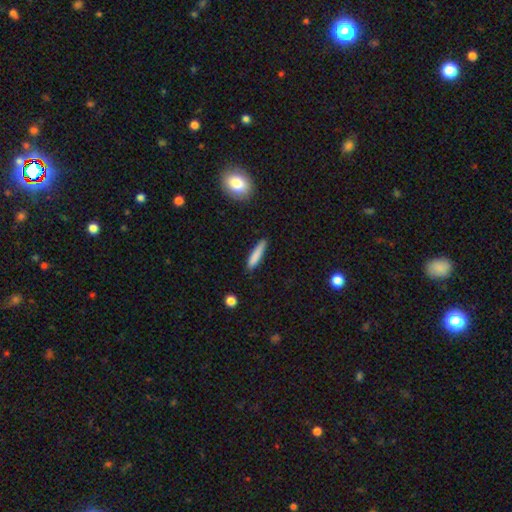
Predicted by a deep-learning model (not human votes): The model was most divided on "smooth or featured": smooth: 82%, featured or disk: 12%, star or artifact: 6%. More confident: how rounded — cigar-shaped (89%); merging — none (85%).